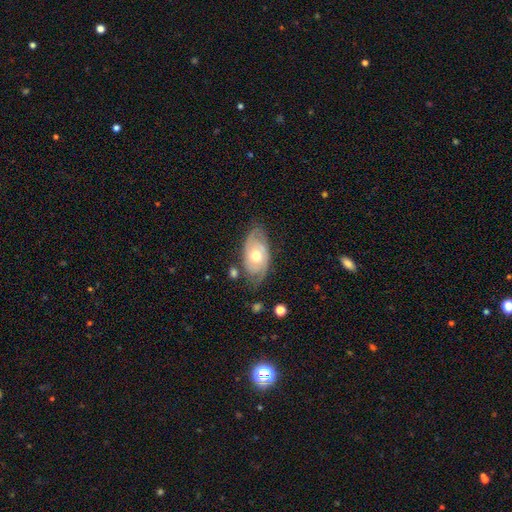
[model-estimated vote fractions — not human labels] smooth_or_featured: featured or disk (p=0.72) [alt: smooth p=0.23]
disk_edge_on: no (p=0.92) [alt: yes p=0.08]
bar: no (p=0.78) [alt: weak p=0.19]
has_spiral_arms: yes (p=0.84) [alt: no p=0.16]
spiral_winding: tight (p=0.55) [alt: medium p=0.33]
spiral_arm_count: 2 (p=0.59) [alt: can't tell p=0.25]
bulge_size: moderate (p=0.75) [alt: small p=0.13]
merging: none (p=0.65) [alt: minor disturbance p=0.24]